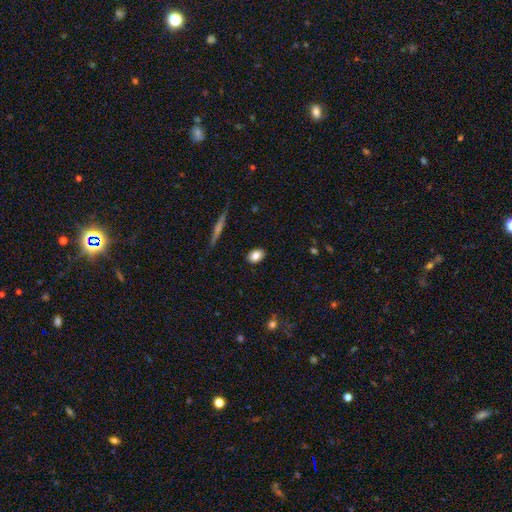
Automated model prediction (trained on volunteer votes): Morphology: type=smooth (83%); roundness=in between (76%); merging=none (88%).